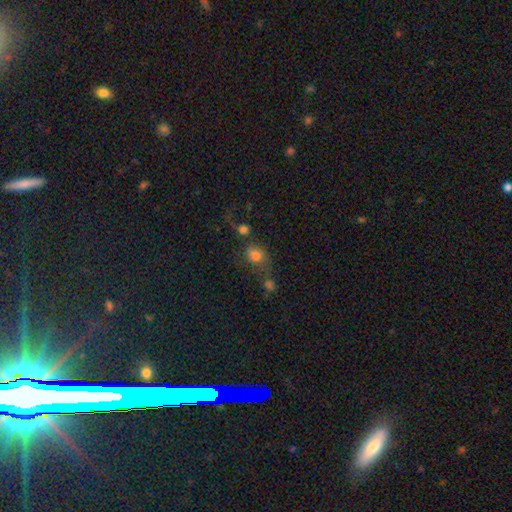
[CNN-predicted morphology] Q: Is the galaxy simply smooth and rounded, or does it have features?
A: smooth — 73%.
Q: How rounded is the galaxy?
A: round — 55%.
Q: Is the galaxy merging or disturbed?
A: merger — 37%.